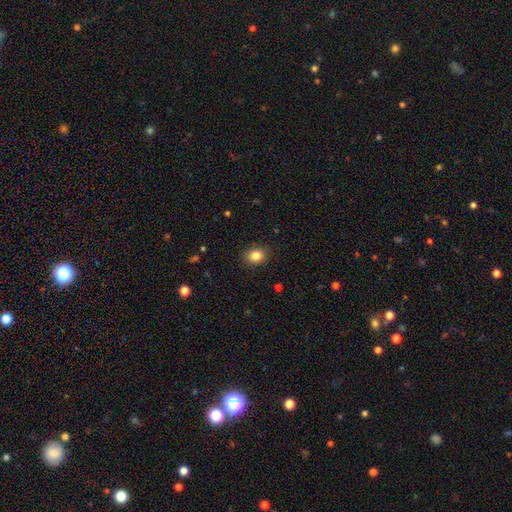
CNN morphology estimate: smooth 84%, star or artifact 10%, featured or disk 6%. Down the decision tree: how rounded — round (54%); merging — none (88%).